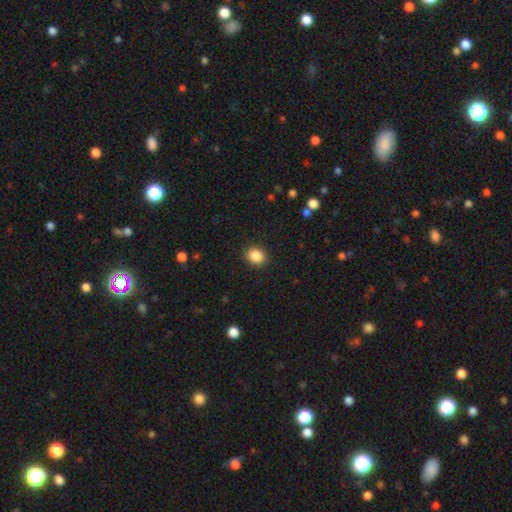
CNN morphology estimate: type=smooth (88%); roundness=round (72%); merging=none (89%).